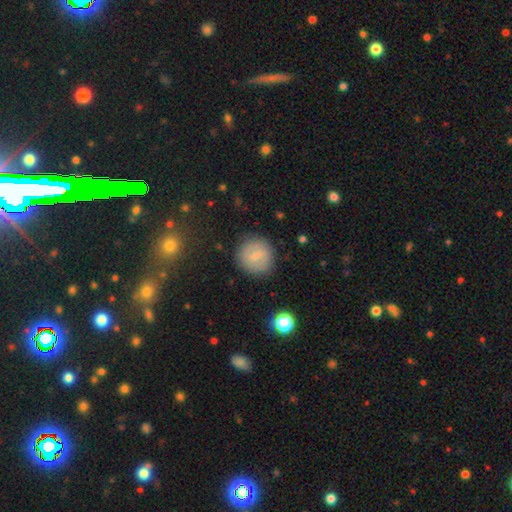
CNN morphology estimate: Smooth or featured? Predicted: smooth (p=0.67). How rounded? Predicted: round (p=0.92). Merging? Predicted: none (p=0.87).